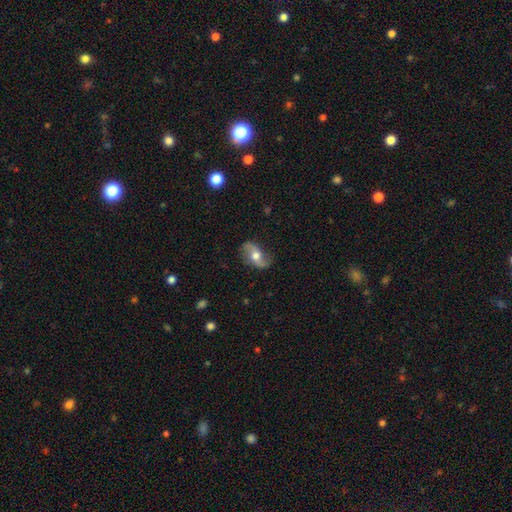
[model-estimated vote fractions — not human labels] A featured or disk galaxy (67%) with no bar (58%), 2 (91%) loose (81%) spiral arms (86%) and a moderate central bulge (73%). Merging: none (76%).